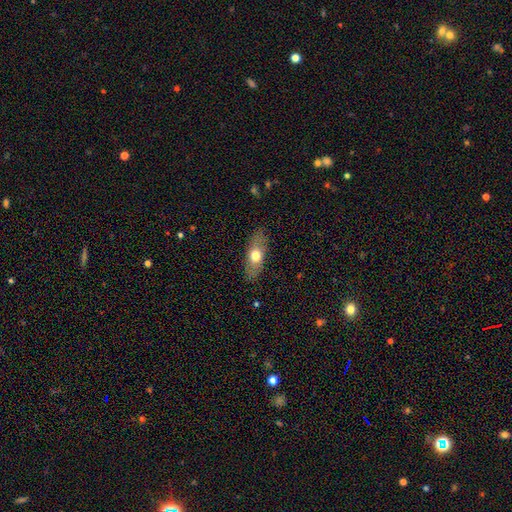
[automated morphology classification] Smooth or featured? Predicted: smooth (p=0.64). How rounded? Predicted: in between (p=0.72). Merging? Predicted: none (p=0.84).